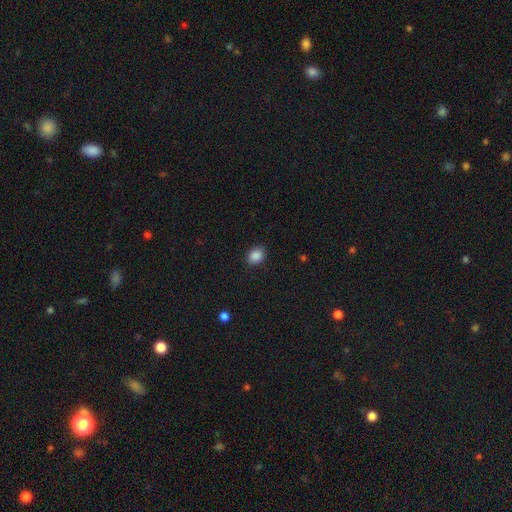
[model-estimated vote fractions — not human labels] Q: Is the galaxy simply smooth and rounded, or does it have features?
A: smooth — 88%.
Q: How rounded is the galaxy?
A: in between — 55%.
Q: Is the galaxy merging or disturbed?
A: none — 88%.